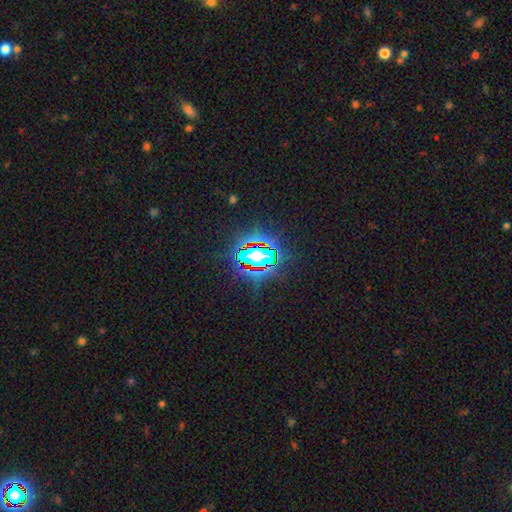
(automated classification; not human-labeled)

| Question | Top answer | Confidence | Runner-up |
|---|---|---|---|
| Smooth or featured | star or artifact | 71% | smooth (16%) |